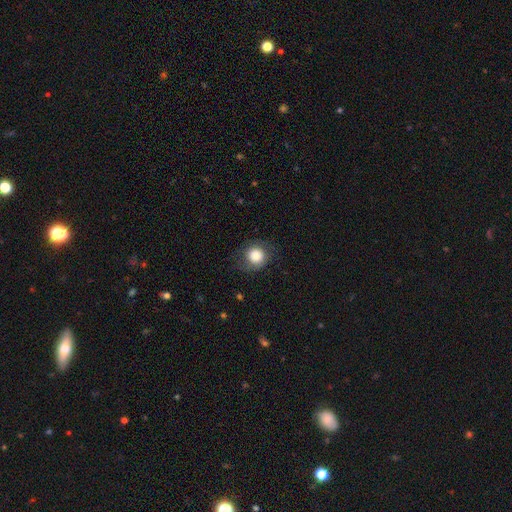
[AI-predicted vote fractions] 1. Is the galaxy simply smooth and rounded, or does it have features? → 79% smooth, 13% featured or disk, 8% star or artifact.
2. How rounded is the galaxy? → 83% round, 16% in between, 1% cigar-shaped.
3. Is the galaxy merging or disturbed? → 71% none, 19% minor disturbance, 9% major disturbance, 1% merger.